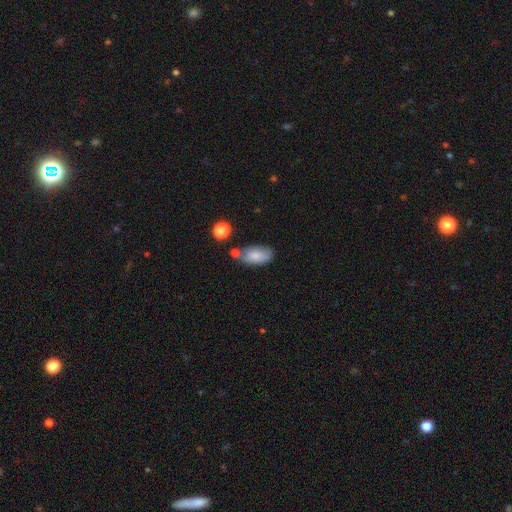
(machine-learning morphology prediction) smooth_or_featured: smooth (p=0.81) [alt: featured or disk p=0.11]
how_rounded: in between (p=0.91) [alt: round p=0.05]
merging: none (p=0.54) [alt: minor disturbance p=0.23]